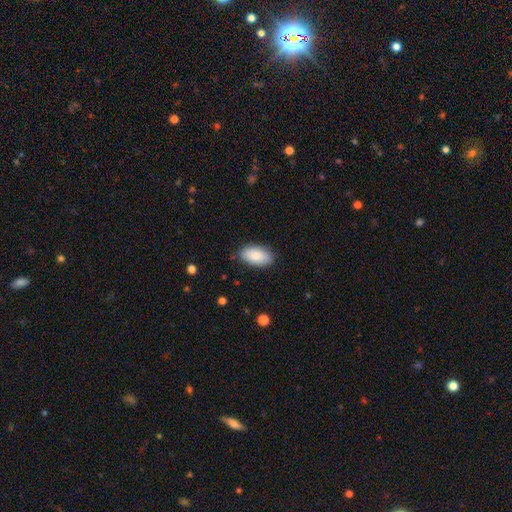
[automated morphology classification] Smooth or featured? Predicted: smooth (p=0.87). How rounded? Predicted: in between (p=0.95). Merging? Predicted: none (p=0.85).